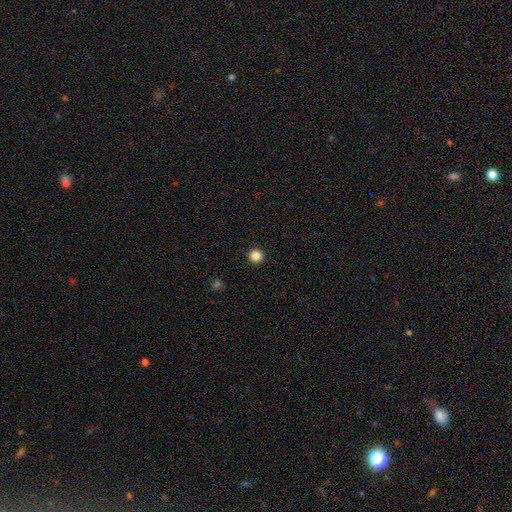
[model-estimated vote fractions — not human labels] This appears to be a smooth galaxy with no disk features (85%) that is round (95%). Merging: none (94%).